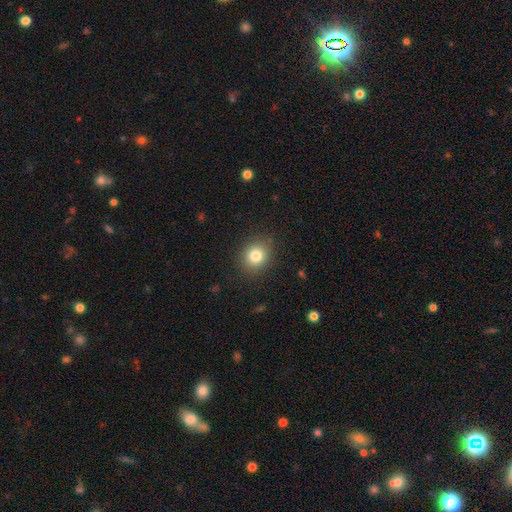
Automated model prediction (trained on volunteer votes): Overall: smooth (82%). How rounded: round (70%). Merging: none (87%).